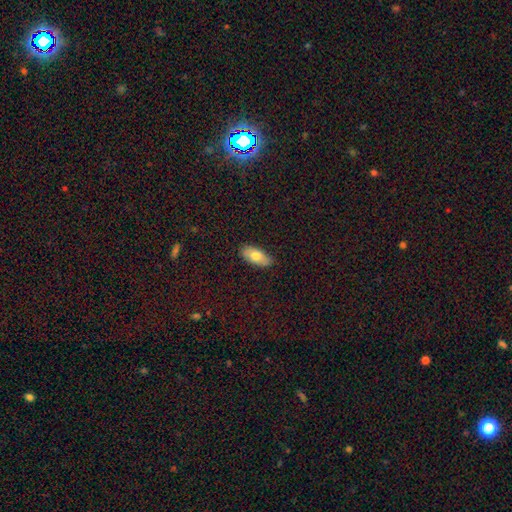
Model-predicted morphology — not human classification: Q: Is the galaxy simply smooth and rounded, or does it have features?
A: smooth — 76%.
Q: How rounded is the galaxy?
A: in between — 88%.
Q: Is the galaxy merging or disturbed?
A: none — 86%.